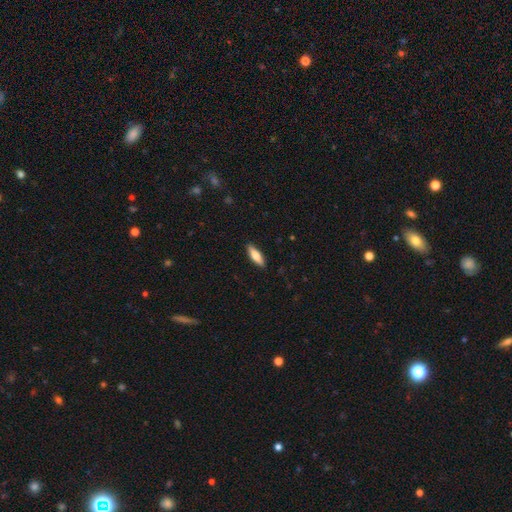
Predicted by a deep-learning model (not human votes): A smooth galaxy with no disk features (76%) that is in between round and cigar-shaped (53%).

Vote fractions:
- Smooth or featured? smooth: 76% / featured or disk: 19% / star or artifact: 6%
- How rounded? in between: 53% / cigar-shaped: 46% / round: 2%
- Merging? none: 90% / minor disturbance: 8% / major disturbance: 2% / merger: 1%